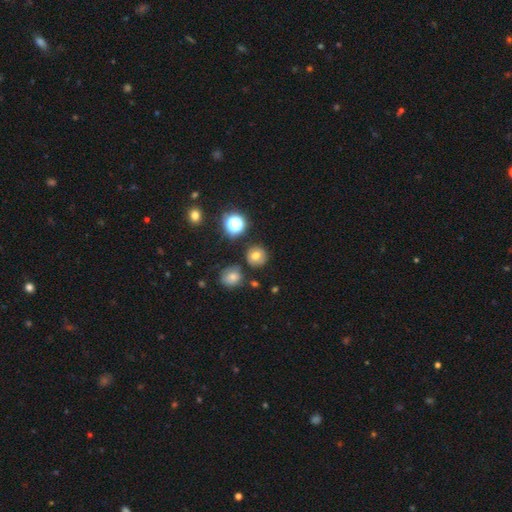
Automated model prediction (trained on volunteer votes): This appears to be a smooth galaxy with no disk features (68%) that is round (90%). Merging: none (81%).